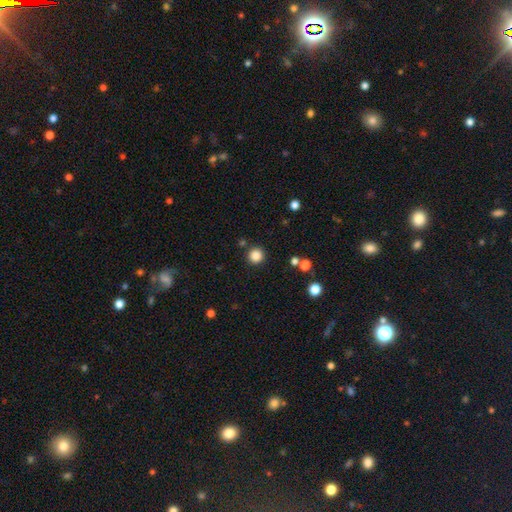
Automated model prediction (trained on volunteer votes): The model was most divided on "smooth or featured": smooth: 85%, star or artifact: 12%, featured or disk: 3%. More confident: how rounded — round (95%); merging — none (89%).